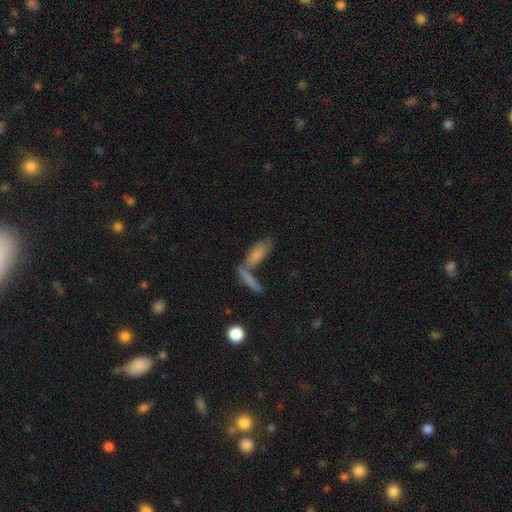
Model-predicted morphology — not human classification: This appears to be a smooth galaxy with no disk features (67%) that is in between round and cigar-shaped (60%). Merging: none (44%).